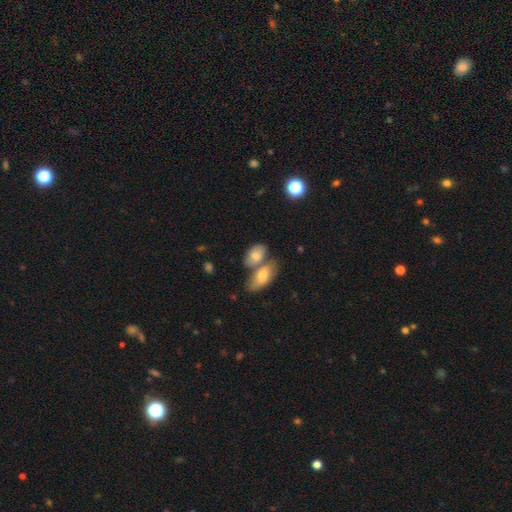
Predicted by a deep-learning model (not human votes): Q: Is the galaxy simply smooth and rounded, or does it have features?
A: smooth — 76%.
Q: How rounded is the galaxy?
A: in between — 86%.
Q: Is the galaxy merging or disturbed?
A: merger — 50%.